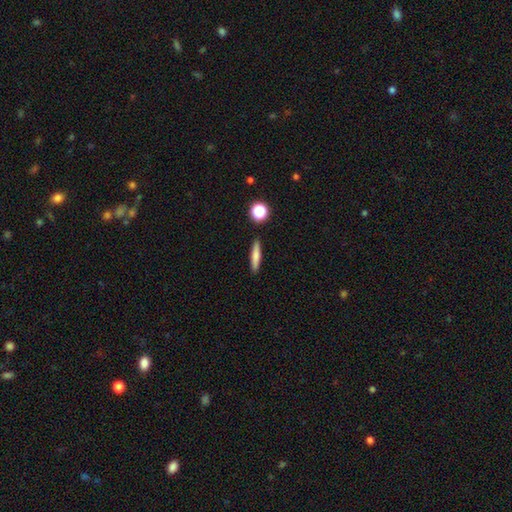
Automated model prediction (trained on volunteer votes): Smooth or featured? smooth (74%)
How rounded? cigar-shaped (84%)
Merging? none (89%)